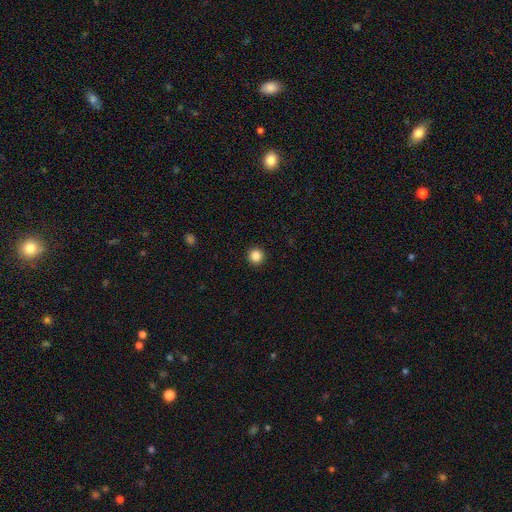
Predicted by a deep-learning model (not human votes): Smooth or featured? smooth (85%)
How rounded? round (96%)
Merging? none (94%)